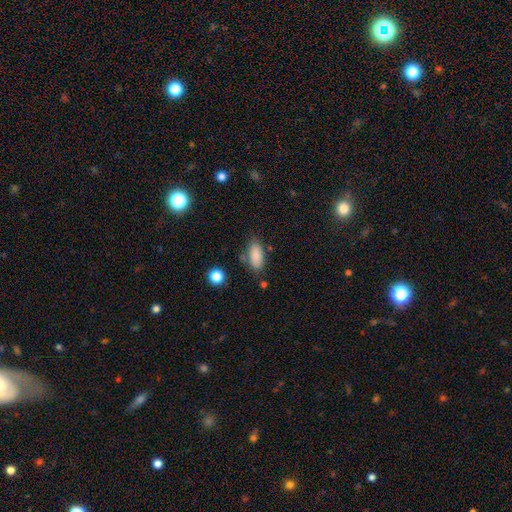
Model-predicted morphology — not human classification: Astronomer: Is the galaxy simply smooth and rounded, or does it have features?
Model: smooth — 86%.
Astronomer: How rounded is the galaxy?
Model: in between — 88%.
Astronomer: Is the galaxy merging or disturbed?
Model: none — 73%.